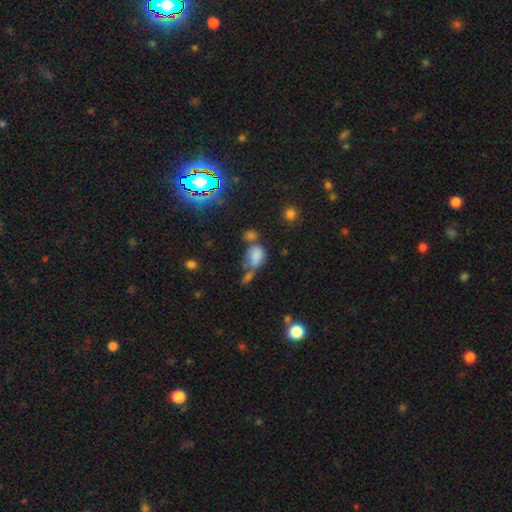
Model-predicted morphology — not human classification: Smooth or featured: smooth — 72% (star or artifact — 15%)
How rounded: in between — 70% (round — 28%)
Merging: merger — 42% (none — 25%)